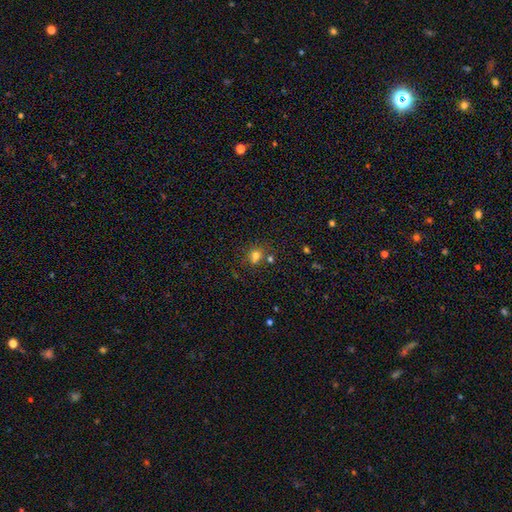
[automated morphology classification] type=smooth (72%); roundness=round (64%); merging=none (58%).